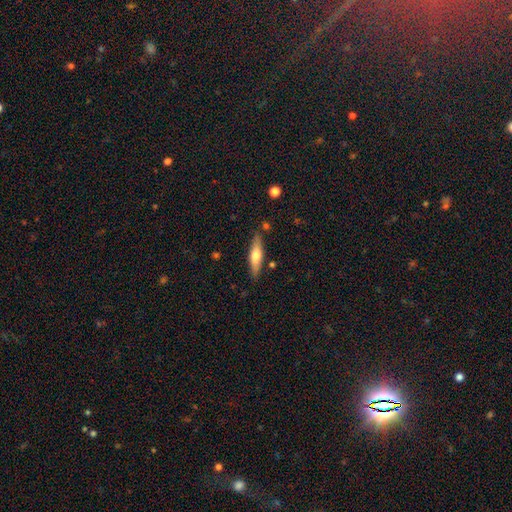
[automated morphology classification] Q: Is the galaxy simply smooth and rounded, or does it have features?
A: smooth — 58%.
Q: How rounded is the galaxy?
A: cigar-shaped — 70%.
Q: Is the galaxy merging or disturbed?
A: none — 83%.